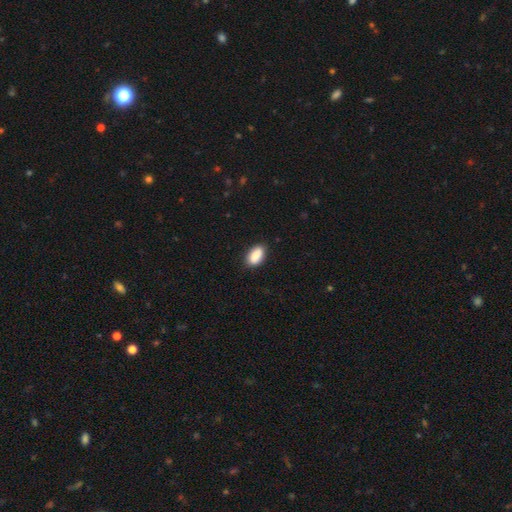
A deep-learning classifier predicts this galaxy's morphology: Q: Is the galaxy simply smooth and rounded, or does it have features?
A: smooth — 89%.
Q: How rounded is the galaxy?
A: in between — 93%.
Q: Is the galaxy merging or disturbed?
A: none — 84%.